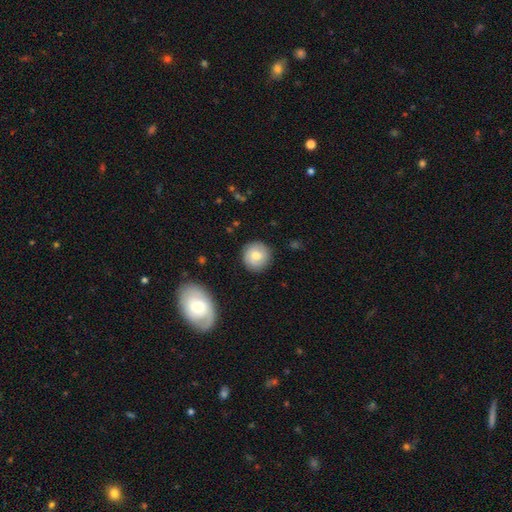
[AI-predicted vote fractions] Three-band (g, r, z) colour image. It shows a smooth galaxy with no disk features (68%) that is round (93%). Merging: none (88%).